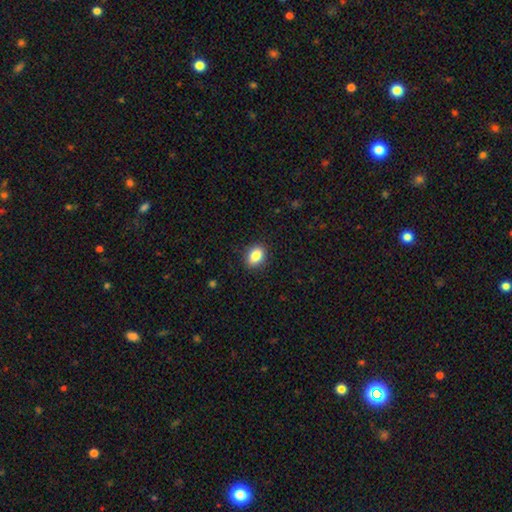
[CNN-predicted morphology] type=smooth (85%); roundness=in between (71%); merging=none (89%).